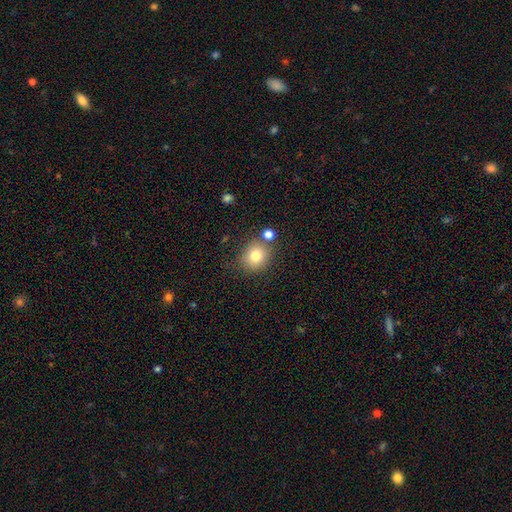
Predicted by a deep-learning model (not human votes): A smooth galaxy with no disk features (80%) that is round (81%). Merging: none (72%).